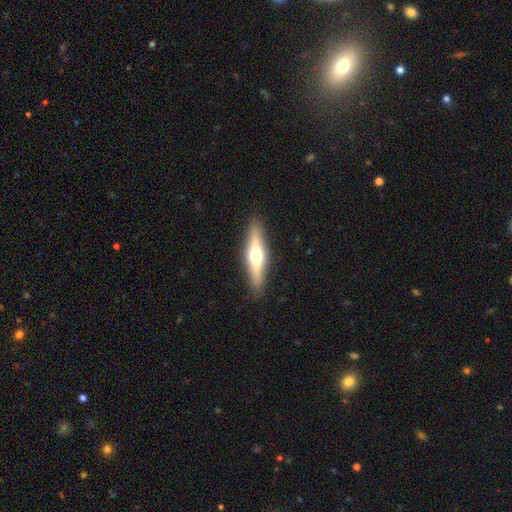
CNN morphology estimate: smooth_or_featured: featured or disk (p=0.55) [alt: smooth p=0.39]
disk_edge_on: yes (p=0.93) [alt: no p=0.07]
edge_on_bulge: rounded (p=0.94) [alt: none p=0.03]
merging: none (p=0.89) [alt: minor disturbance p=0.08]